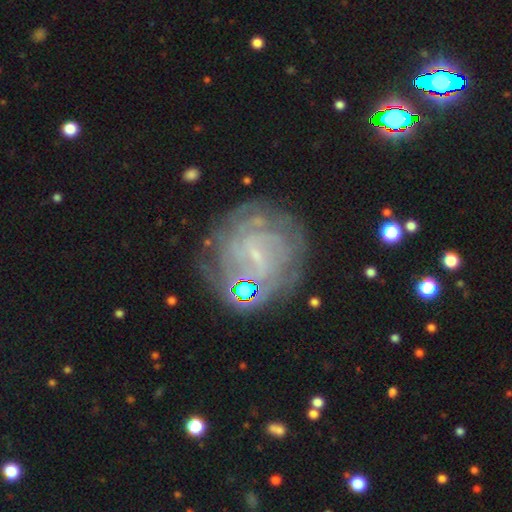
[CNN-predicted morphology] A featured or disk galaxy (78%) with a weak bar (50%), tight (61%) spiral arms (88%) and a small central bulge (70%). Merging: none (68%).